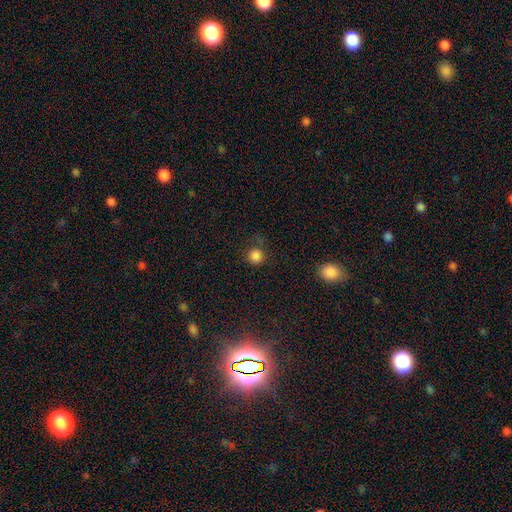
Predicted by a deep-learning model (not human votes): A smooth galaxy with no disk features (83%) that is round (94%). Merging: none (80%).